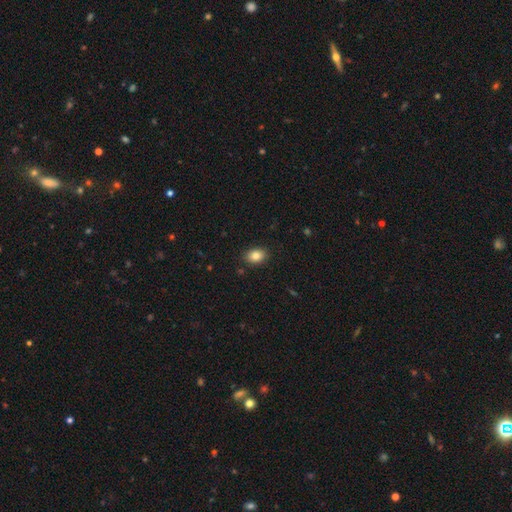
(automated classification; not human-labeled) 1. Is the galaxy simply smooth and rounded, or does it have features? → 84% smooth, 9% star or artifact, 7% featured or disk.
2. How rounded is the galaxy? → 72% in between, 27% round, 1% cigar-shaped.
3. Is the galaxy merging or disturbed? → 87% none, 9% minor disturbance, 2% major disturbance, 1% merger.